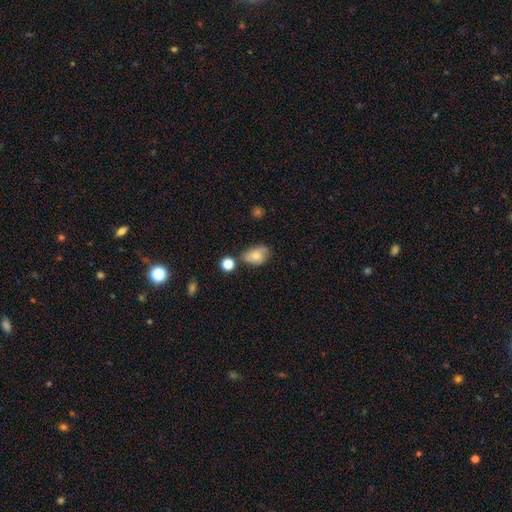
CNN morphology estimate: type=smooth (70%); roundness=in between (79%); merging=none (60%).